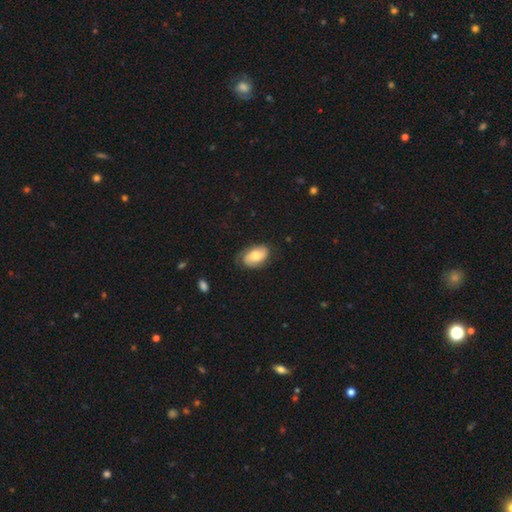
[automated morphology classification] Smooth or featured? Predicted: smooth (p=0.57). How rounded? Predicted: in between (p=0.90). Merging? Predicted: none (p=0.64).